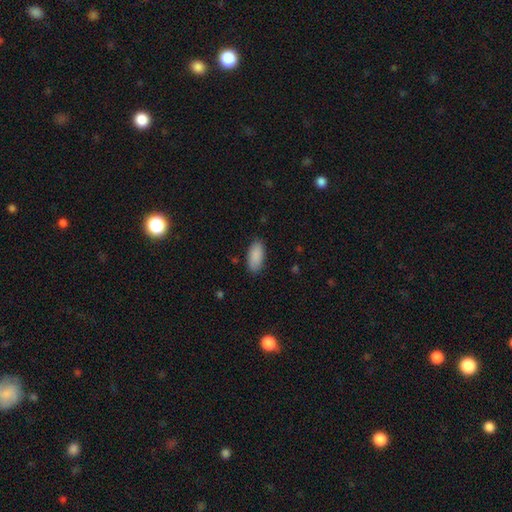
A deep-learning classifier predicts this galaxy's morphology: type=smooth (90%); roundness=in between (91%); merging=none (86%).